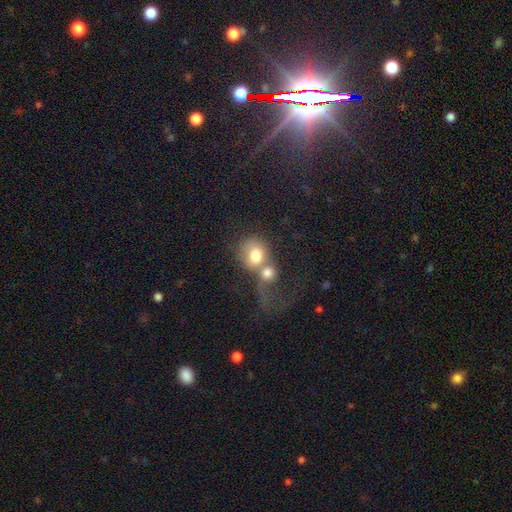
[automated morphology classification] A smooth galaxy with no disk features (69%) that is round (68%).

Vote fractions:
- Smooth or featured? smooth: 69% / featured or disk: 22% / star or artifact: 9%
- How rounded? round: 68% / in between: 31% / cigar-shaped: 1%
- Merging? merger: 68% / none: 15% / major disturbance: 11% / minor disturbance: 6%